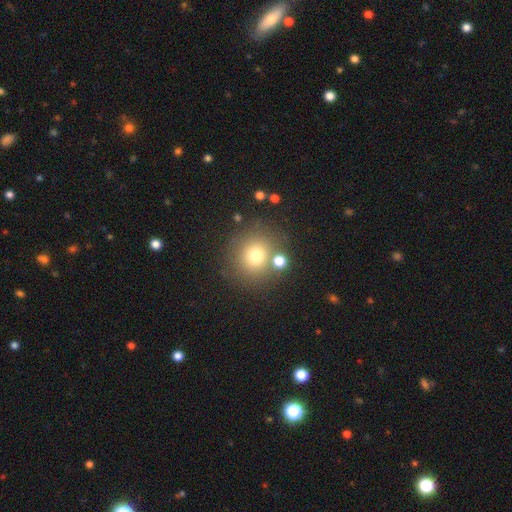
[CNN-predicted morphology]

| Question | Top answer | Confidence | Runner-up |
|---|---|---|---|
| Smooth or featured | smooth | 72% | star or artifact (16%) |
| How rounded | round | 90% | in between (10%) |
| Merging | none | 74% | merger (12%) |